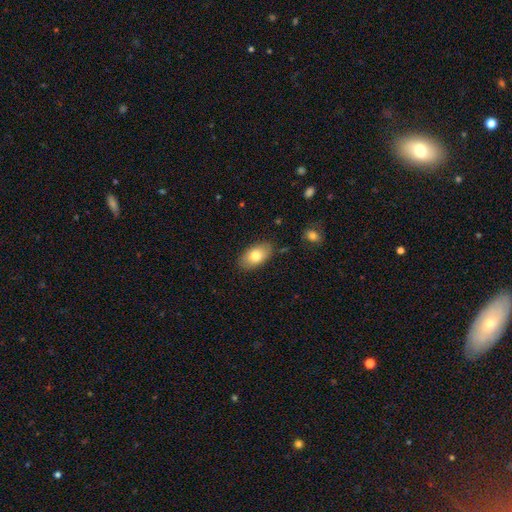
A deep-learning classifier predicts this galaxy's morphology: Smooth or featured: smooth — 78% (featured or disk — 15%)
How rounded: in between — 93% (round — 5%)
Merging: none — 83% (minor disturbance — 12%)